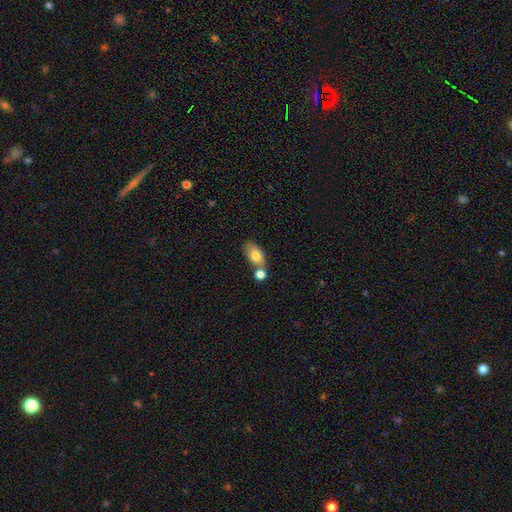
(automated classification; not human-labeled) A smooth galaxy with no disk features (77%) that is in between round and cigar-shaped (88%).

Vote fractions:
- Smooth or featured? smooth: 77% / featured or disk: 15% / star or artifact: 7%
- How rounded? in between: 88% / round: 8% / cigar-shaped: 3%
- Merging? none: 49% / merger: 34% / minor disturbance: 13% / major disturbance: 4%